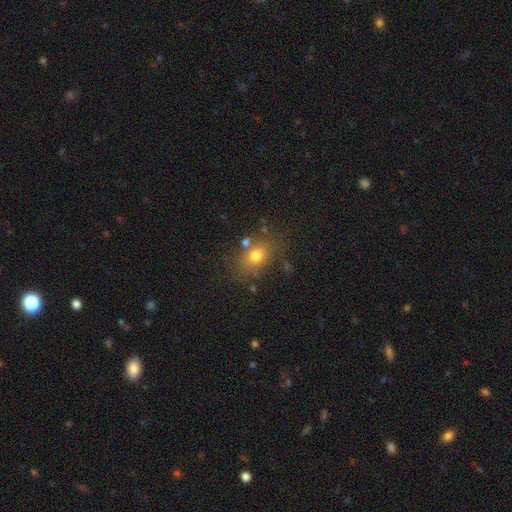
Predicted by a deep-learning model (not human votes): smooth_or_featured: smooth (p=0.74) [alt: star or artifact p=0.13]
how_rounded: in between (p=0.61) [alt: round p=0.38]
merging: none (p=0.70) [alt: minor disturbance p=0.15]